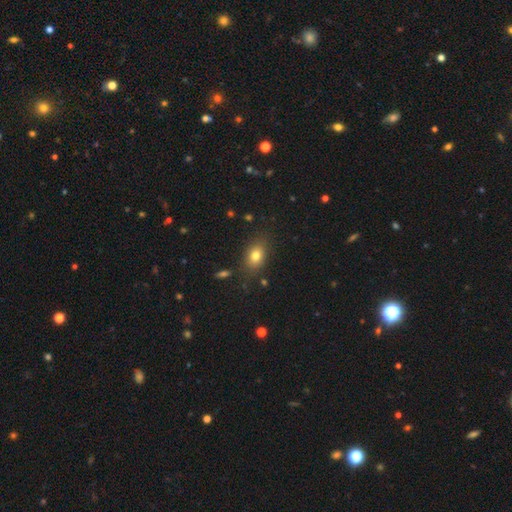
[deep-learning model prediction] This appears to be a smooth galaxy with no disk features (78%) that is in between round and cigar-shaped (72%). Merging: none (81%).